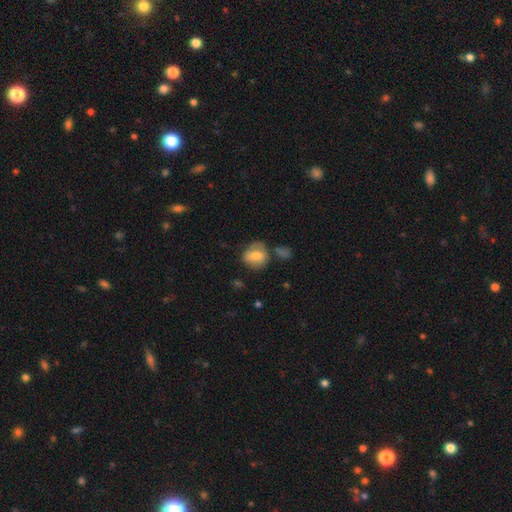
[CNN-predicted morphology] smooth-or-featured: smooth: 67% | featured or disk: 25% | star or artifact: 9%
  how-rounded: round: 62% | in between: 37% | cigar-shaped: 1%
  merging: none: 56% | minor disturbance: 26% | major disturbance: 11% | merger: 8%